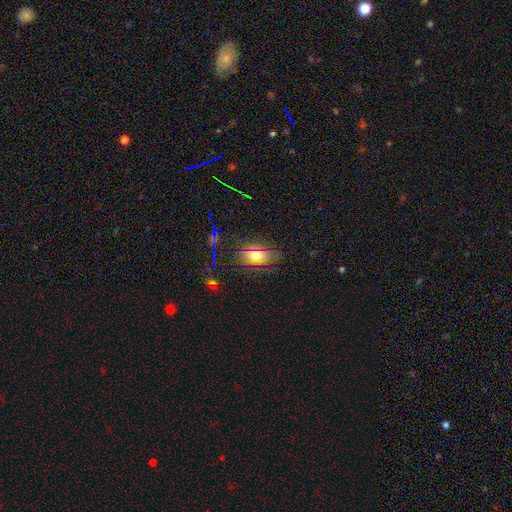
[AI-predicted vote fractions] The model was most divided on "smooth or featured": smooth: 56%, star or artifact: 27%, featured or disk: 17%. More confident: how rounded — in between (81%); merging — none (80%).